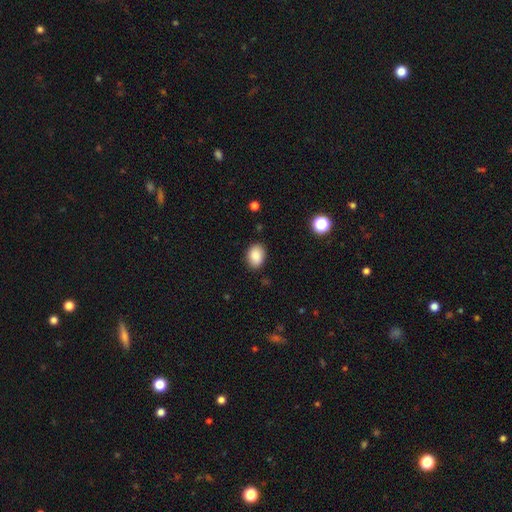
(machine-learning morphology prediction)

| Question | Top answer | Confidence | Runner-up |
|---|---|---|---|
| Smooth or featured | smooth | 88% | star or artifact (8%) |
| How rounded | in between | 75% | round (24%) |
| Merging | none | 85% | minor disturbance (11%) |